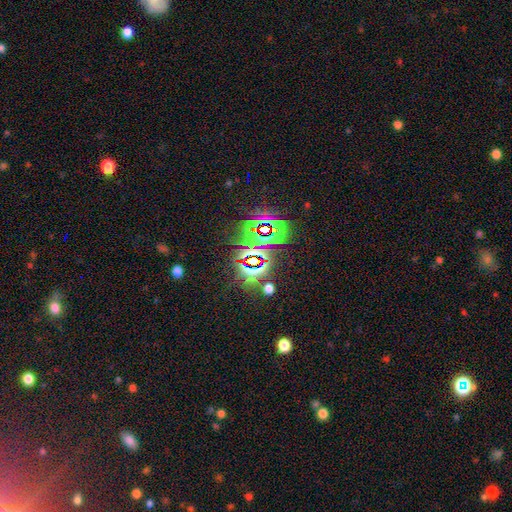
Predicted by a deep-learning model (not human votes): Smooth or featured? Predicted: star or artifact (p=0.76).